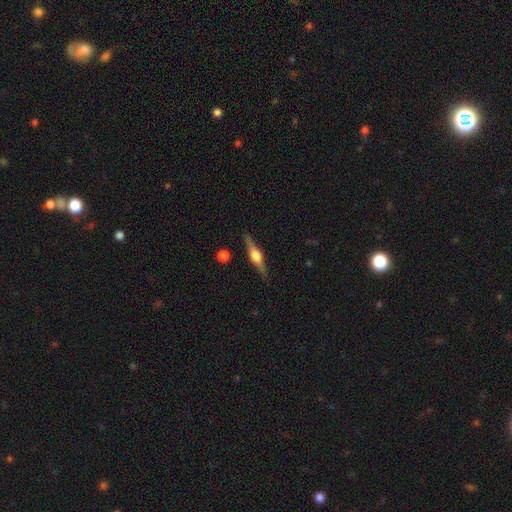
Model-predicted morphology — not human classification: Smooth or featured? Predicted: featured or disk (p=0.79). Edge-on disk? Predicted: yes (p=0.98). Edge-on bulge? Predicted: rounded (p=0.92). Merging? Predicted: none (p=0.89).